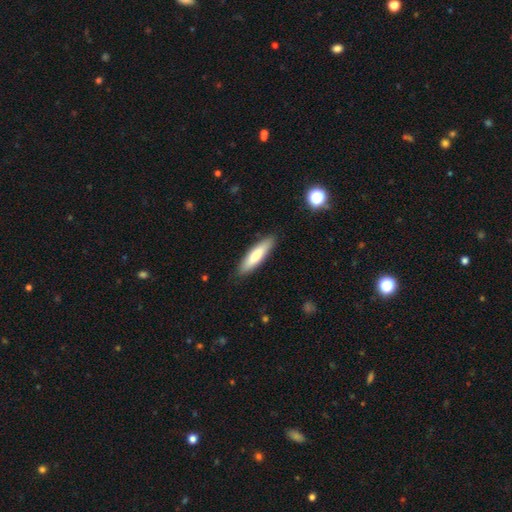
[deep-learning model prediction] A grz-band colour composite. It shows a smooth galaxy with no disk features (74%) that is cigar-shaped (70%). Merging: none (88%).